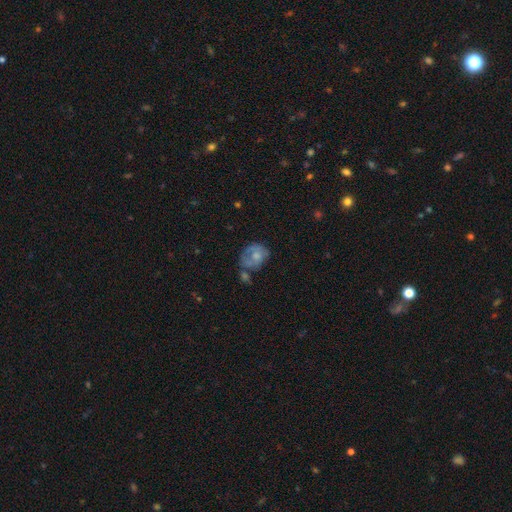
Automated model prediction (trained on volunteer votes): Overall: smooth (51%; featured or disk 41%). How rounded: in between (52%; round 46%). Merging: none (35%; minor disturbance 26%).